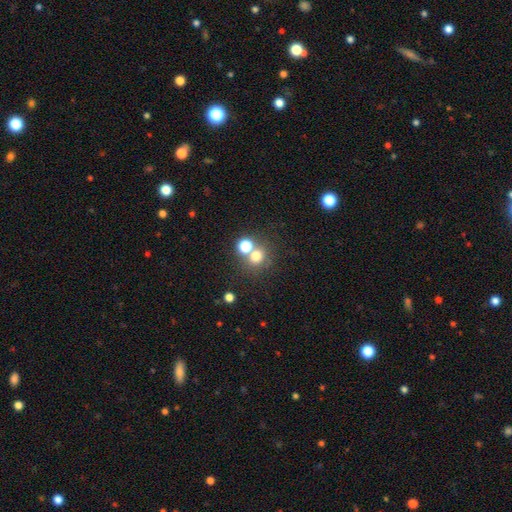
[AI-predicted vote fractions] smooth_or_featured: smooth (p=0.71) [alt: star or artifact p=0.19]
how_rounded: round (p=0.82) [alt: in between p=0.17]
merging: none (p=0.55) [alt: merger p=0.33]